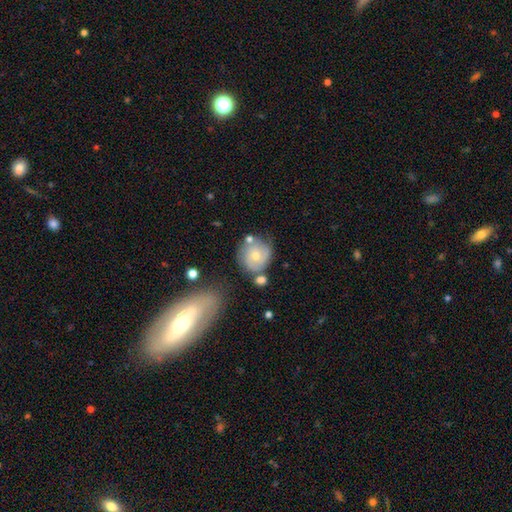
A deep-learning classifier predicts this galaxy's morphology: Smooth or featured? Predicted: featured or disk (p=0.50). Edge-on disk? Predicted: no (p=0.97). Merging? Predicted: none (p=0.60).